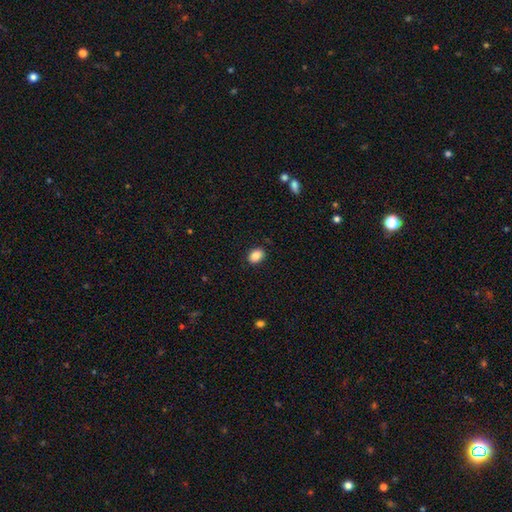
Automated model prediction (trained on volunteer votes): Smooth or featured: smooth — 86% (star or artifact — 8%)
How rounded: in between — 76% (round — 23%)
Merging: none — 88% (minor disturbance — 9%)